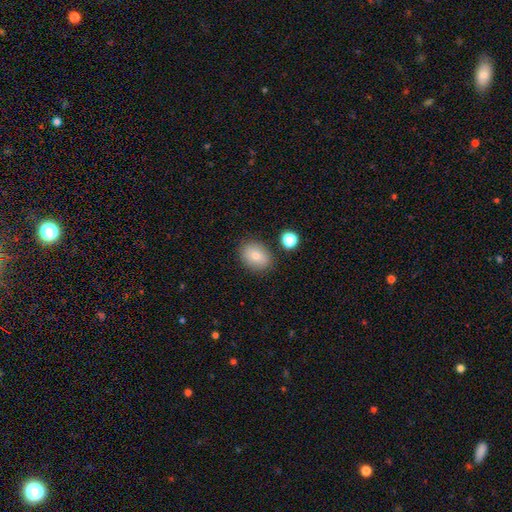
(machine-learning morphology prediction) This appears to be a smooth galaxy with no disk features (79%) that is in between round and cigar-shaped (67%). Merging: none (82%).